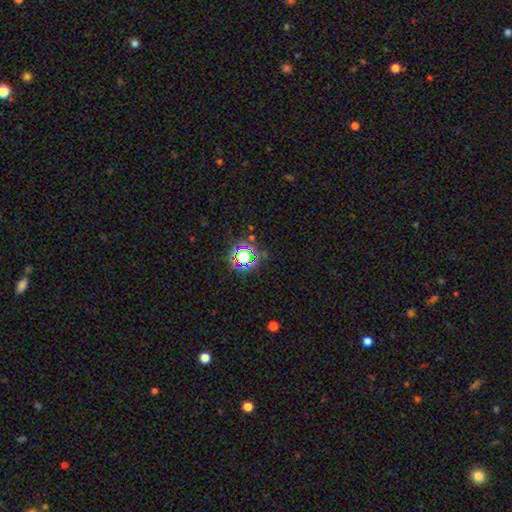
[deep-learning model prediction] Smooth or featured?
  - star or artifact: 73% *
  - smooth: 18%
  - featured or disk: 9%